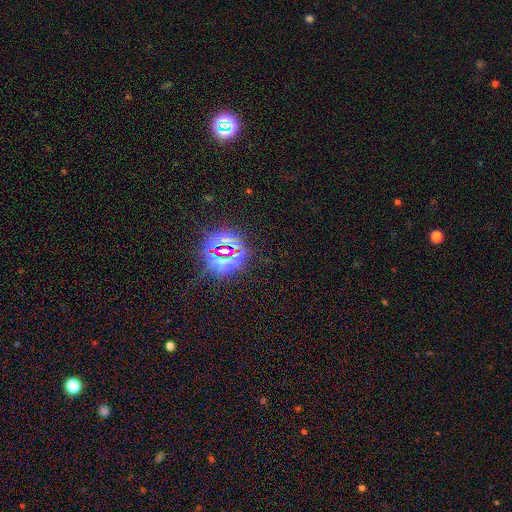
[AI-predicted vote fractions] smooth-or-featured: star or artifact: 82% | smooth: 11% | featured or disk: 7%